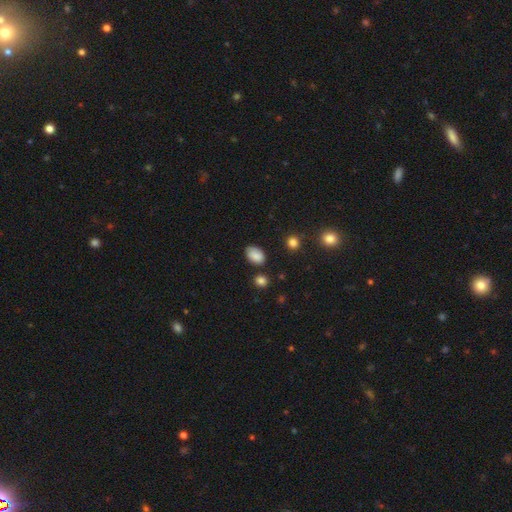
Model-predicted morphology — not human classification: smooth 86%, star or artifact 9%, featured or disk 5%. Down the decision tree: how rounded — in between (85%); merging — none (77%).